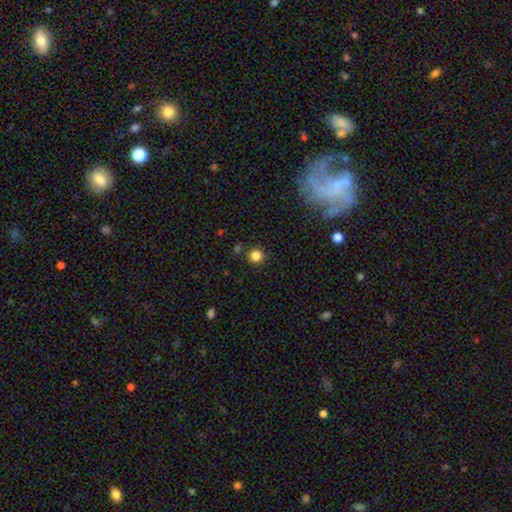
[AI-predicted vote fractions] The model was most divided on "smooth or featured": smooth: 83%, star or artifact: 13%, featured or disk: 4%. More confident: how rounded — round (93%); merging — none (87%).